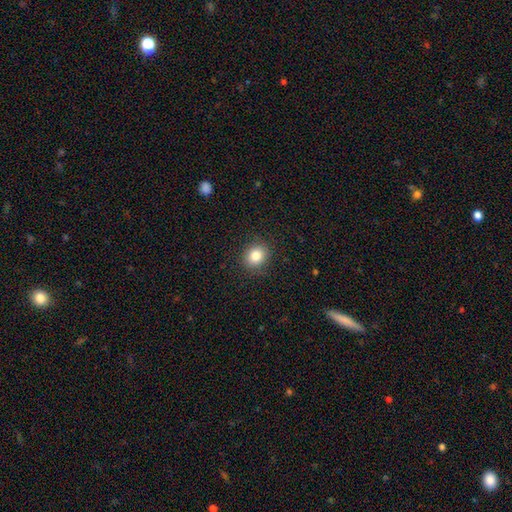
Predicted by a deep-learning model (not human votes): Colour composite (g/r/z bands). It shows a smooth galaxy with no disk features (84%) that is round (70%). Merging: none (89%).